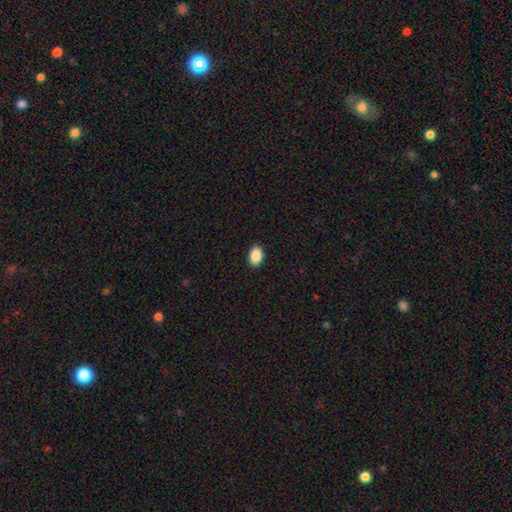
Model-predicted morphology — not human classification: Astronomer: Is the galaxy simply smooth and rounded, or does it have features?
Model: smooth — 90%.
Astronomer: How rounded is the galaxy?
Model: in between — 84%.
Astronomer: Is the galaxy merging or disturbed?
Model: none — 91%.